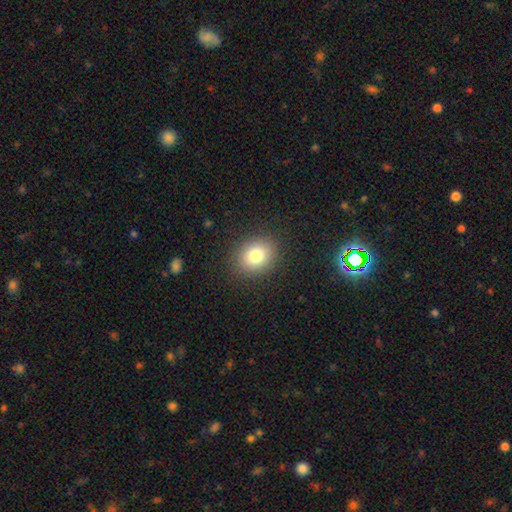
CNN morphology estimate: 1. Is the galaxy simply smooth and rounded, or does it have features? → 80% smooth, 11% star or artifact, 9% featured or disk.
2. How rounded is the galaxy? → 60% round, 39% in between, 1% cigar-shaped.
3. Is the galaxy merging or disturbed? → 88% none, 8% minor disturbance, 3% major disturbance, 1% merger.